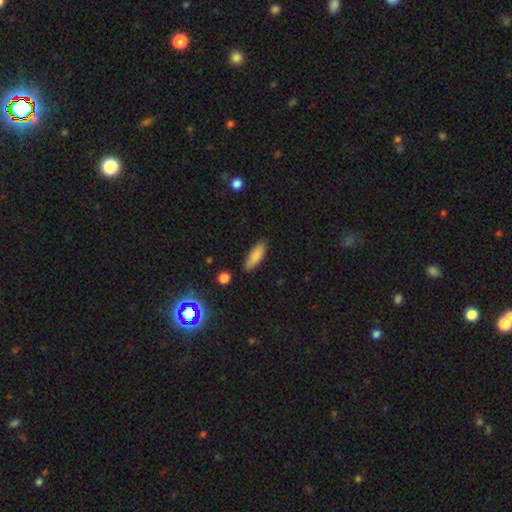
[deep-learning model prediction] The model was most divided on "how rounded": in between: 58%, cigar-shaped: 40%, round: 2%. More confident: smooth or featured — smooth (84%); merging — none (83%).